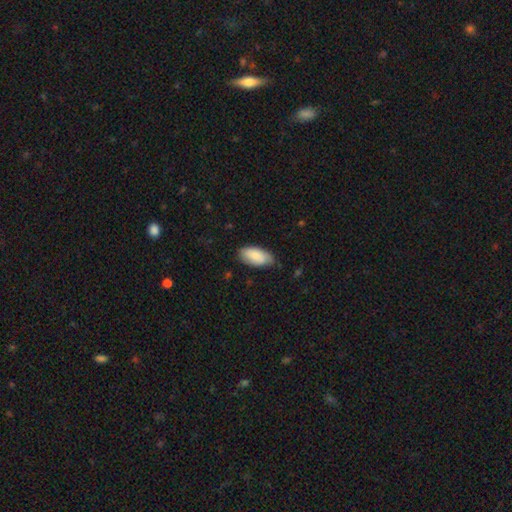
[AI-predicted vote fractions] smooth-or-featured: smooth: 83% | featured or disk: 12% | star or artifact: 6%
  how-rounded: in between: 93% | cigar-shaped: 5% | round: 2%
  merging: none: 71% | minor disturbance: 24% | major disturbance: 4% | merger: 1%